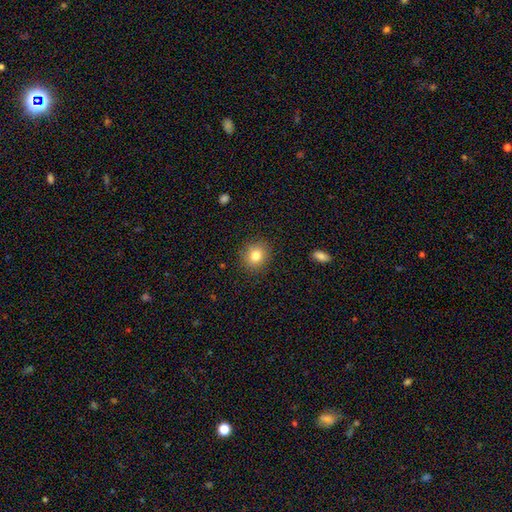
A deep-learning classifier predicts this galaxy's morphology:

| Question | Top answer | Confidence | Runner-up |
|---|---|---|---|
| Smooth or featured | smooth | 81% | star or artifact (11%) |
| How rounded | round | 82% | in between (17%) |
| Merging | none | 87% | minor disturbance (9%) |